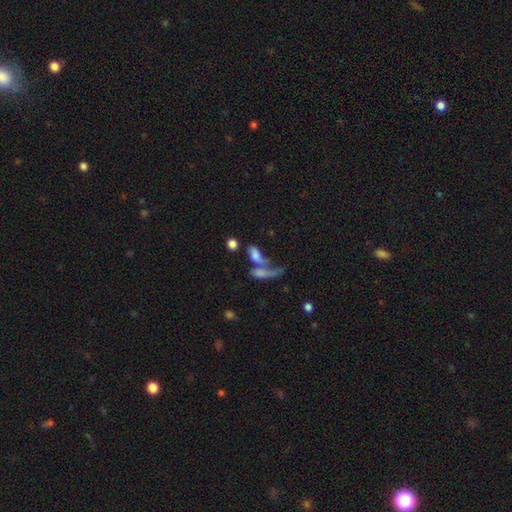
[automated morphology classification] Q: Smooth or featured?
A: smooth (70%); runner-up: featured or disk (19%)
Q: How rounded?
A: in between (73%); runner-up: cigar-shaped (19%)
Q: Merging?
A: merger (49%); runner-up: none (27%)